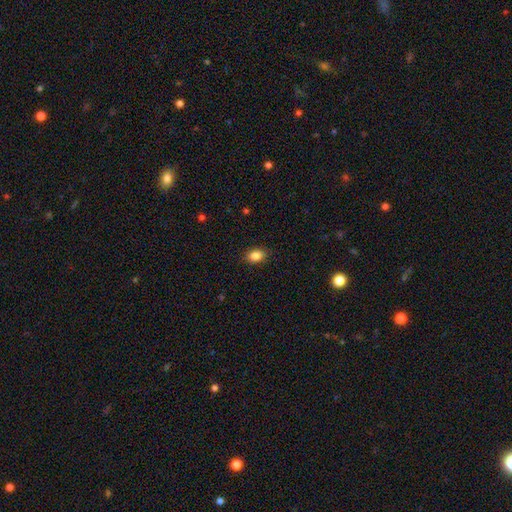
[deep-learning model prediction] Q: Smooth or featured?
A: smooth (86%); runner-up: star or artifact (9%)
Q: How rounded?
A: in between (79%); runner-up: round (20%)
Q: Merging?
A: none (89%); runner-up: minor disturbance (8%)